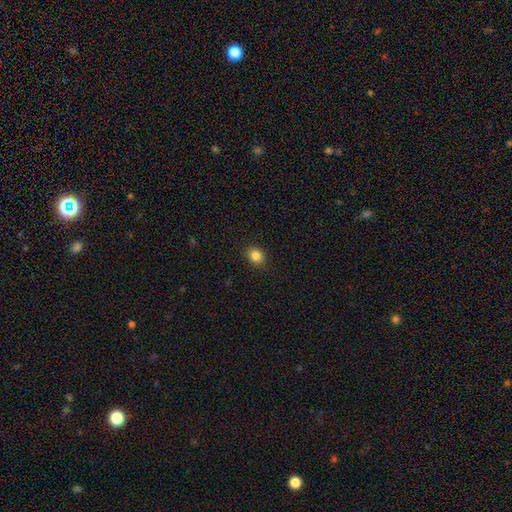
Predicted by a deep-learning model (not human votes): Morphology: type=smooth (84%); roundness=round (66%); merging=none (90%).